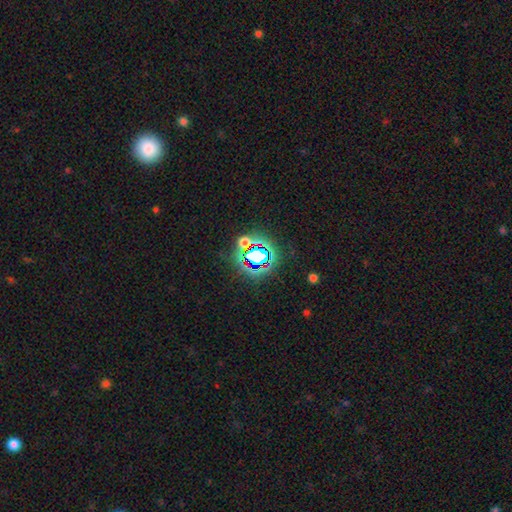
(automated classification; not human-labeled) smooth-or-featured: star or artifact: 69% | smooth: 19% | featured or disk: 12%